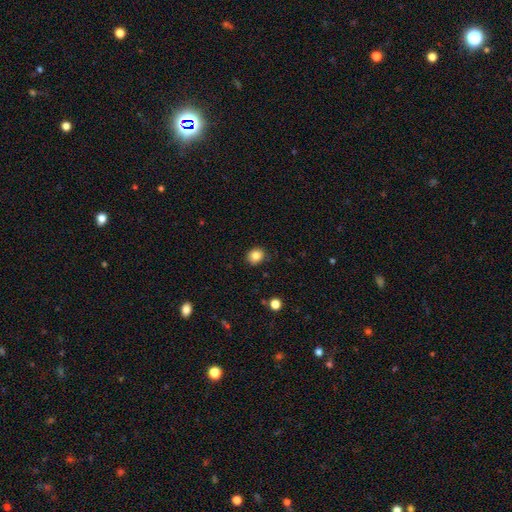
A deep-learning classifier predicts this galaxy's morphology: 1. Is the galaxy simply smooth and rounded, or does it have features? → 83% smooth, 10% star or artifact, 7% featured or disk.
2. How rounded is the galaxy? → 67% round, 32% in between, 1% cigar-shaped.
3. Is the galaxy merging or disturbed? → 85% none, 11% minor disturbance, 2% major disturbance, 1% merger.